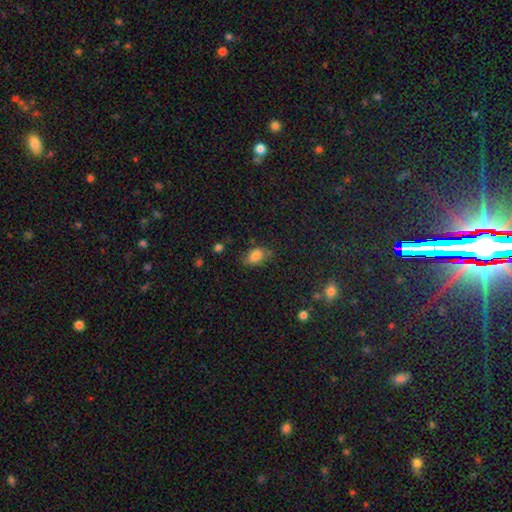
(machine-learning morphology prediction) smooth 81%, star or artifact 11%, featured or disk 8%. Down the decision tree: how rounded — in between (86%); merging — none (67%).